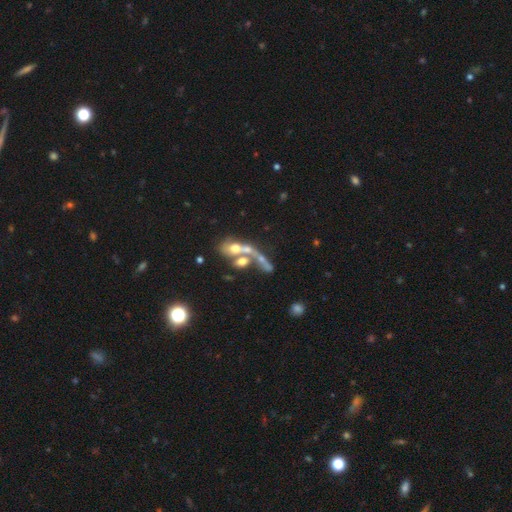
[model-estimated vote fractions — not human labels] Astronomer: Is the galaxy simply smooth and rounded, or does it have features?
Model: featured or disk — 43% (runner-up: smooth, 33%).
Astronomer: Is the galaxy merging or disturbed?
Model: merger — 49% (runner-up: none, 29%).